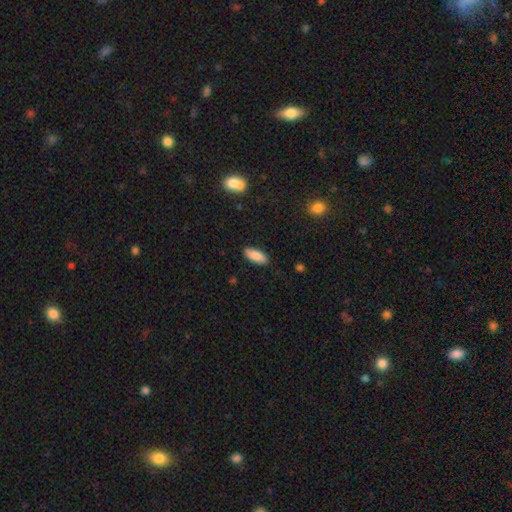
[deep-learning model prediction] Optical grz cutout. It shows a smooth galaxy with no disk features (84%) that is in between round and cigar-shaped (82%). Merging: none (87%).